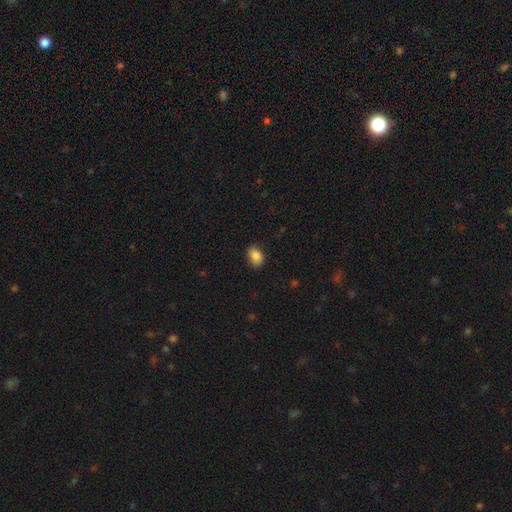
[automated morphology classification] type=smooth (85%); roundness=in between (73%); merging=none (79%).